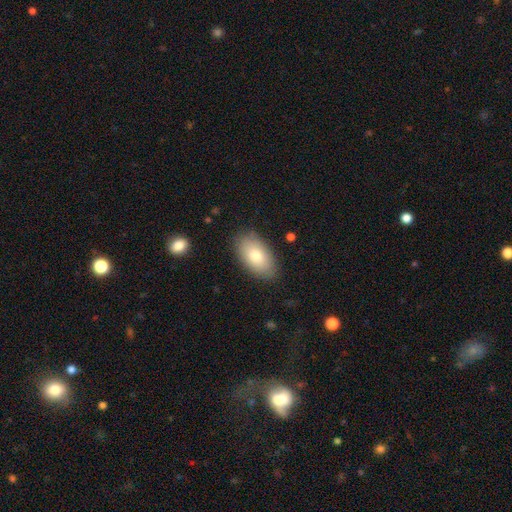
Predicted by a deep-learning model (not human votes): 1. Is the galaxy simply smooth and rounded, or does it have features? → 78% smooth, 15% featured or disk, 7% star or artifact.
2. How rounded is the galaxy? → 94% in between, 4% round, 2% cigar-shaped.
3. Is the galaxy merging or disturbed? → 84% none, 12% minor disturbance, 3% major disturbance, 1% merger.